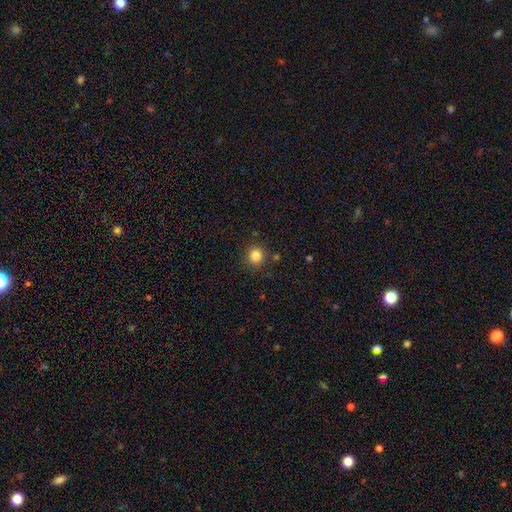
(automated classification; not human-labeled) Morphology: type=smooth (83%); roundness=round (88%); merging=none (86%).